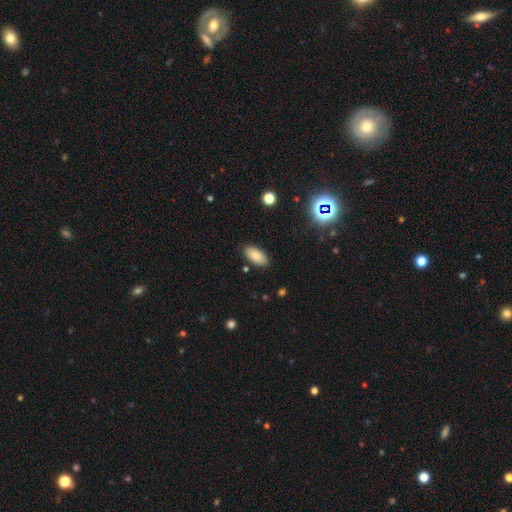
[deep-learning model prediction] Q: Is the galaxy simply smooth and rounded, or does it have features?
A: smooth — 83%.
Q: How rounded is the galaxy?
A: in between — 93%.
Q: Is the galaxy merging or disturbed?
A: none — 87%.